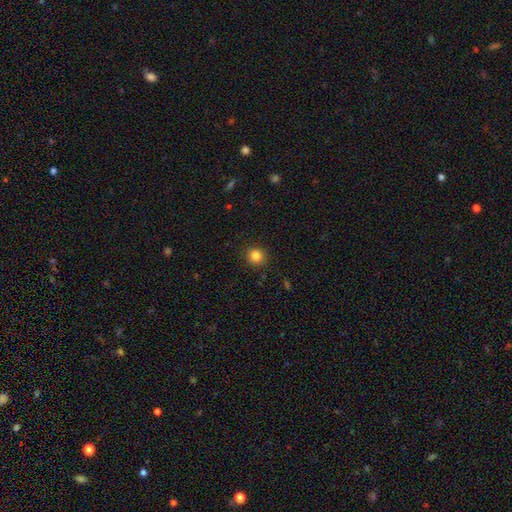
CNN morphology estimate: A smooth galaxy with no disk features (83%) that is round (92%). Merging: none (91%).